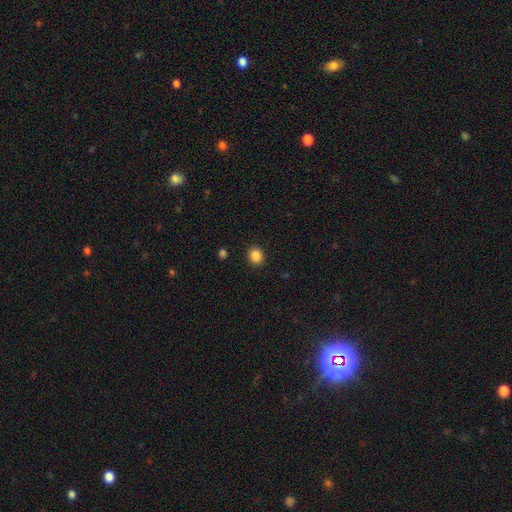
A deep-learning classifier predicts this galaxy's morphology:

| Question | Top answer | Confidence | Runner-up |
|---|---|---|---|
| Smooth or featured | smooth | 86% | star or artifact (10%) |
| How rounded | round | 70% | in between (29%) |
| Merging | none | 91% | minor disturbance (6%) |